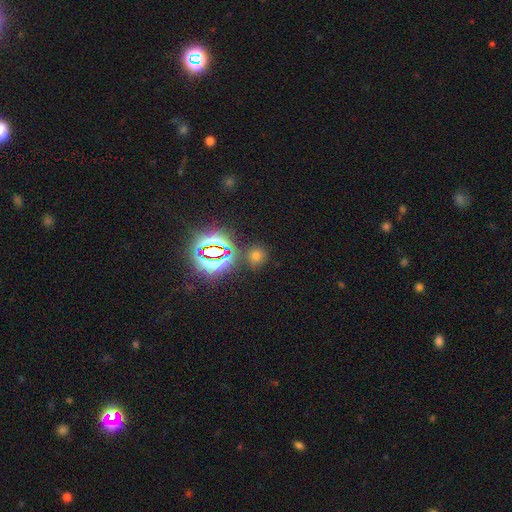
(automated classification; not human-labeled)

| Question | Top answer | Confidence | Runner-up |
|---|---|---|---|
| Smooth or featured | smooth | 55% | star or artifact (37%) |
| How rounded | round | 83% | in between (16%) |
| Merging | none | 80% | minor disturbance (10%) |